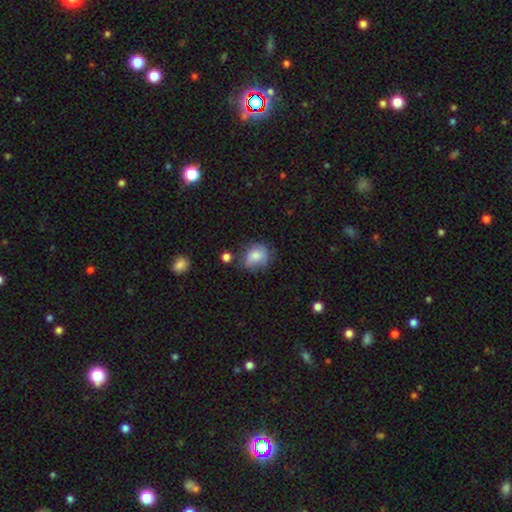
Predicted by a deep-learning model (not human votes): smooth-or-featured: smooth: 70% | featured or disk: 20% | star or artifact: 10%
  how-rounded: round: 57% | in between: 42% | cigar-shaped: 1%
  merging: none: 50% | minor disturbance: 31% | major disturbance: 14% | merger: 6%